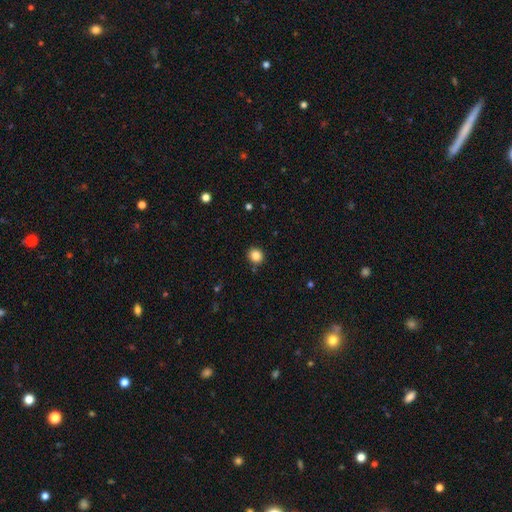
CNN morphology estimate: Smooth or featured? Predicted: smooth (p=0.85). How rounded? Predicted: round (p=0.86). Merging? Predicted: none (p=0.87).